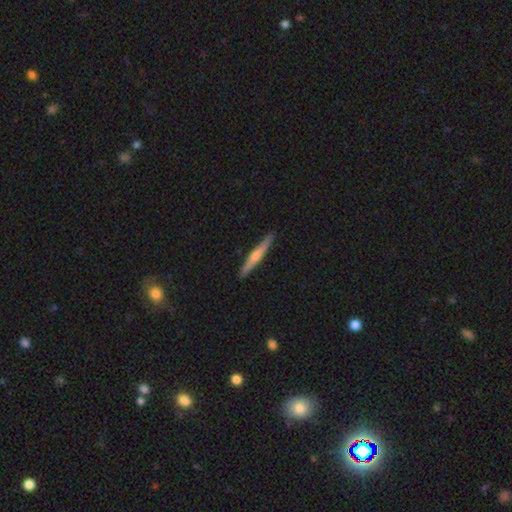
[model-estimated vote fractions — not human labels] smooth_or_featured: featured or disk (p=0.58) [alt: smooth p=0.37]
disk_edge_on: yes (p=0.97) [alt: no p=0.03]
edge_on_bulge: rounded (p=0.75) [alt: none p=0.19]
merging: none (p=0.91) [alt: minor disturbance p=0.06]